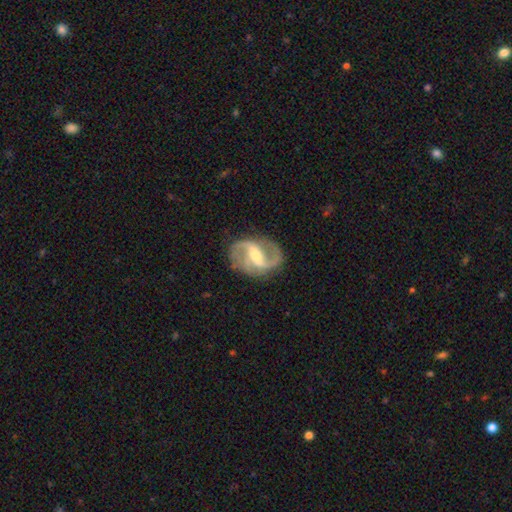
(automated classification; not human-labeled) This appears to be a featured or disk galaxy (90%) with a strong bar (45%), 2 (91%) medium (50%) spiral arms (97%) and a moderate central bulge (49%). Merging: none (79%).